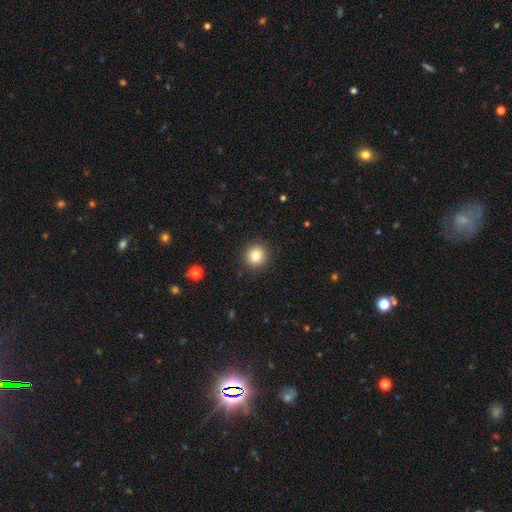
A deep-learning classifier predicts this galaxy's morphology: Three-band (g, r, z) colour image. It shows a smooth galaxy with no disk features (83%) that is round (92%). Merging: none (91%).